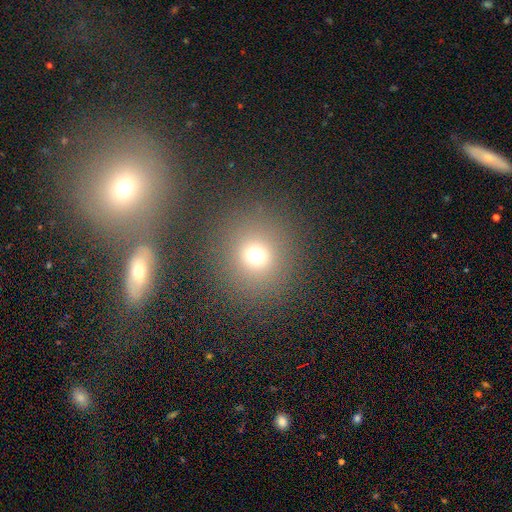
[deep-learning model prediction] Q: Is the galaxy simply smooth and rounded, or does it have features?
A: smooth — 70%.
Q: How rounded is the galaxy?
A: round — 88%.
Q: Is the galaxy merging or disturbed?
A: none — 83%.